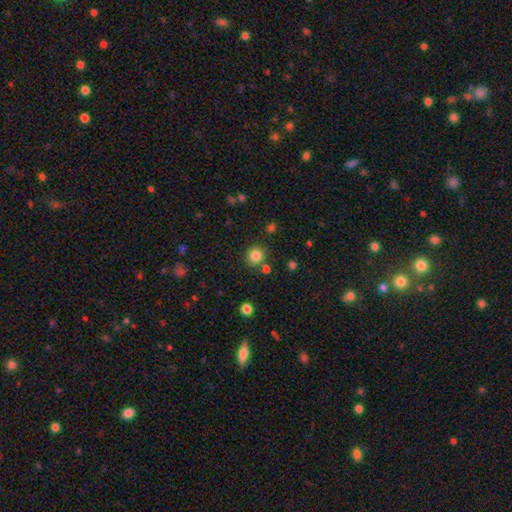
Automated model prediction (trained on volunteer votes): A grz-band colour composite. It shows a smooth galaxy with no disk features (83%) that is round (89%). Merging: none (80%).